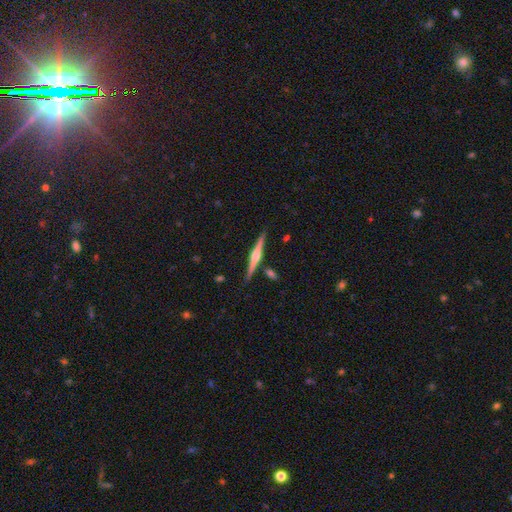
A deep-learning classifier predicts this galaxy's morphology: Smooth or featured: featured or disk — 77% (smooth — 17%)
Edge-on disk: yes — 98% (no — 2%)
Edge-on bulge: rounded — 84% (boxy — 11%)
Merging: none — 86% (minor disturbance — 8%)